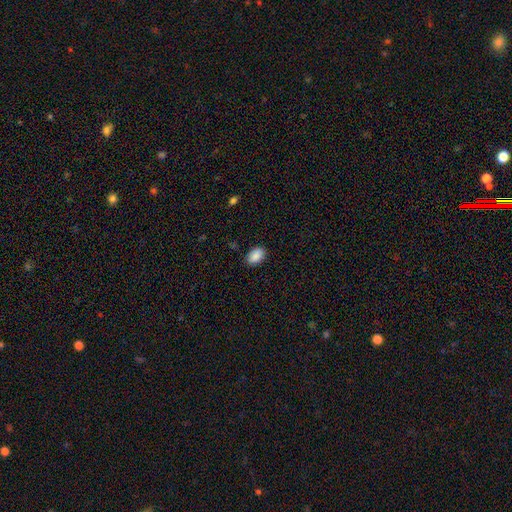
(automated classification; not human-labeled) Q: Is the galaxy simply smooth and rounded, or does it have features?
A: smooth — 89%.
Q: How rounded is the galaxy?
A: in between — 89%.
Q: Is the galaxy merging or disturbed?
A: none — 87%.